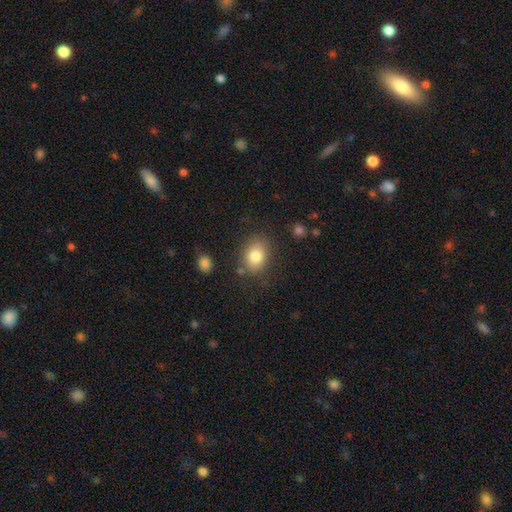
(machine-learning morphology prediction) This is clearly a smooth galaxy (81%). How rounded: likely in between (63%). Merging: likely none (78%).